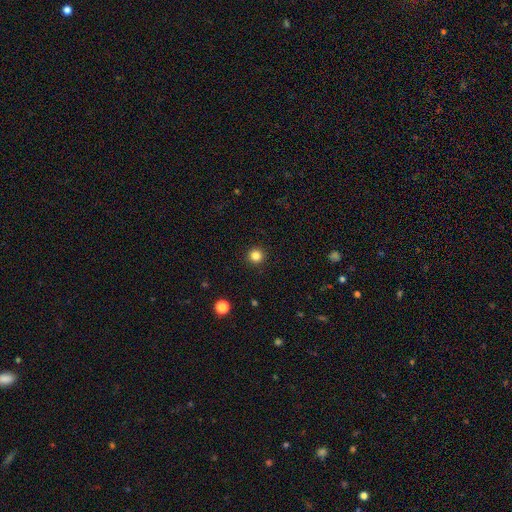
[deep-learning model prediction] A smooth galaxy with no disk features (84%) that is round (96%). Merging: none (93%).